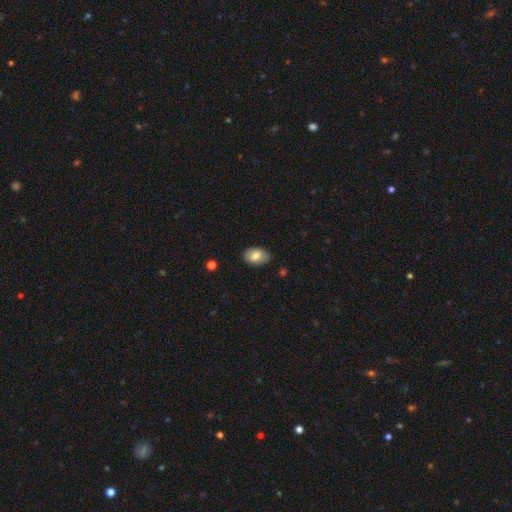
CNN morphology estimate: type=smooth (79%); roundness=in between (91%); merging=none (85%).